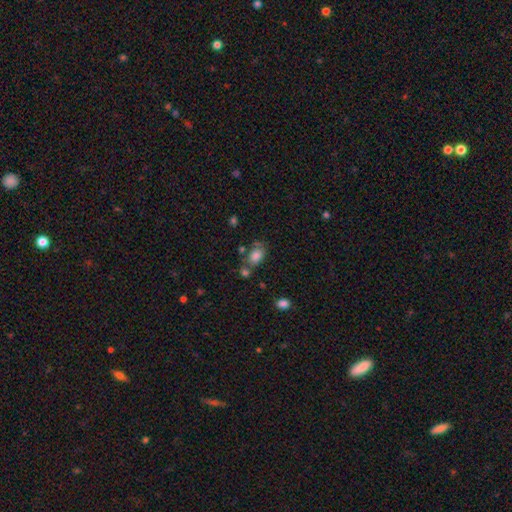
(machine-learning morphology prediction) smooth_or_featured: smooth (p=0.79) [alt: featured or disk p=0.11]
how_rounded: in between (p=0.81) [alt: round p=0.17]
merging: none (p=0.53) [alt: merger p=0.21]